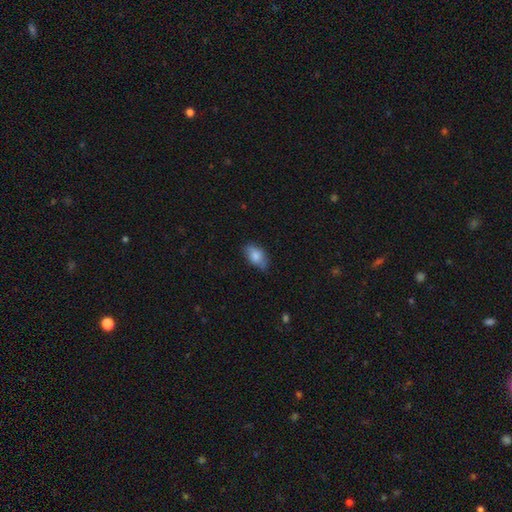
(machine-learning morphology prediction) This appears to be a smooth galaxy with no disk features (81%) that is in between round and cigar-shaped (90%). Merging: none (65%).